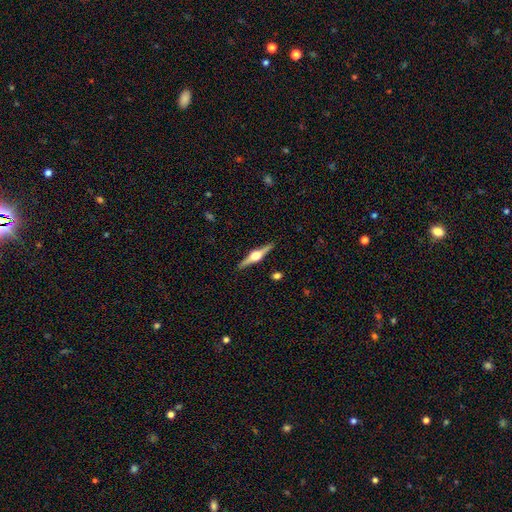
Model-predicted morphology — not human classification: Q: Smooth or featured?
A: featured or disk (80%); runner-up: smooth (15%)
Q: Edge-on disk?
A: yes (98%); runner-up: no (2%)
Q: Edge-on bulge?
A: rounded (95%); runner-up: boxy (4%)
Q: Merging?
A: none (90%); runner-up: minor disturbance (7%)